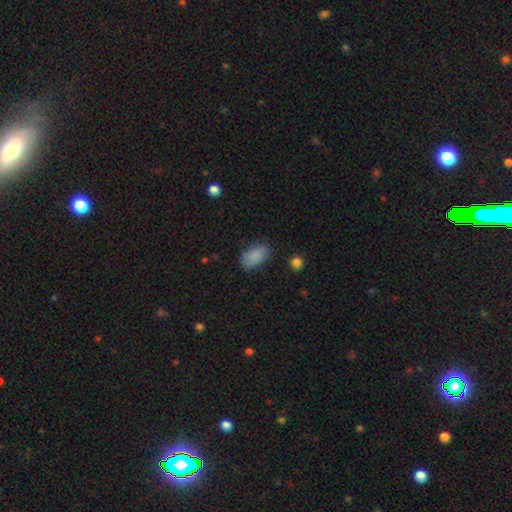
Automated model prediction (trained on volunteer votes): A smooth galaxy with no disk features (87%) that is in between round and cigar-shaped (93%). Merging: none (76%).